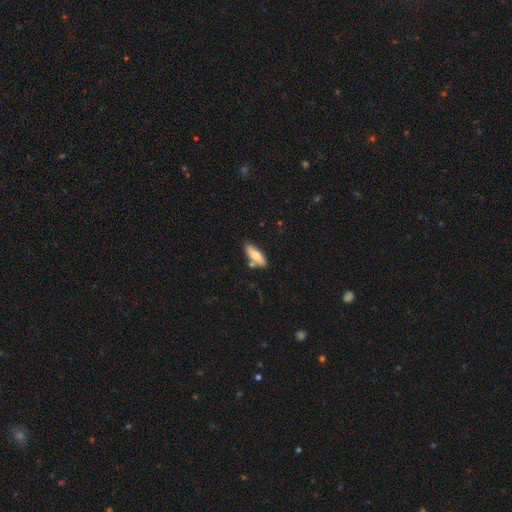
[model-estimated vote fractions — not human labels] This appears to be a smooth galaxy with no disk features (72%) that is in between round and cigar-shaped (61%). Merging: none (67%).